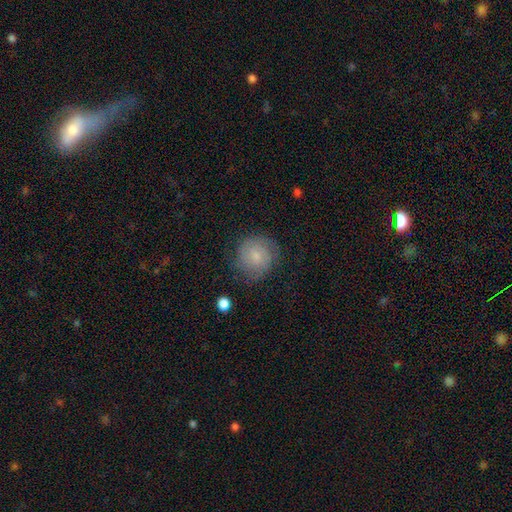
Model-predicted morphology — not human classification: This appears to be a smooth galaxy with no disk features (56%) that is round (88%). Merging: none (72%).